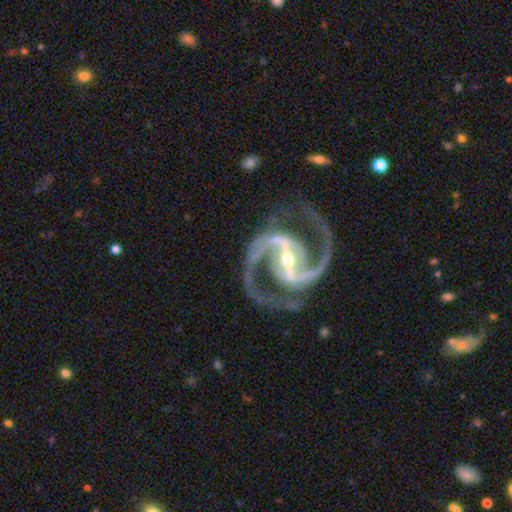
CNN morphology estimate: Smooth or featured: featured or disk — 95% (star or artifact — 4%)
Edge-on disk: no — 98% (yes — 2%)
Bar: strong — 73% (weak — 21%)
Spiral arms: yes — 99% (no — 1%)
Spiral winding: medium — 71% (tight — 17%)
Spiral arm count: 2 — 94% (3 — 1%)
Bulge size: small — 53% (moderate — 44%)
Merging: none — 81% (minor disturbance — 12%)